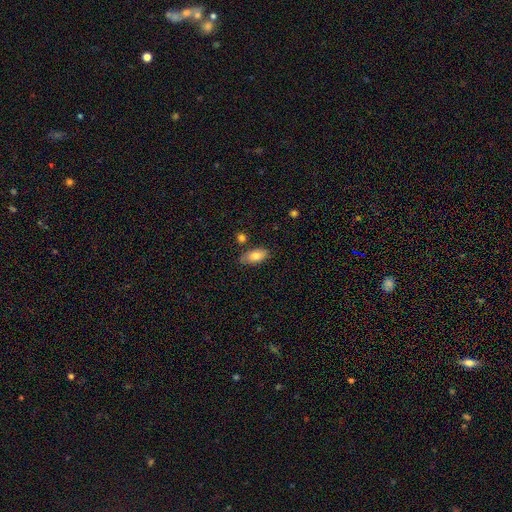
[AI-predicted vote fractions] This appears to be a smooth galaxy with no disk features (79%) that is in between round and cigar-shaped (90%). Merging: none (75%).